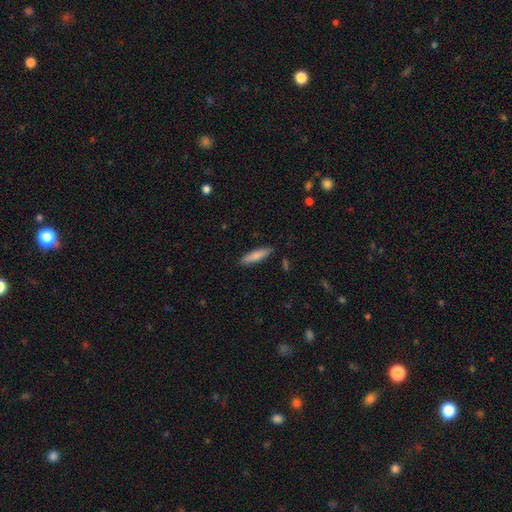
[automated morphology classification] Smooth or featured? Predicted: smooth (p=0.82). How rounded? Predicted: cigar-shaped (p=0.75). Merging? Predicted: none (p=0.87).